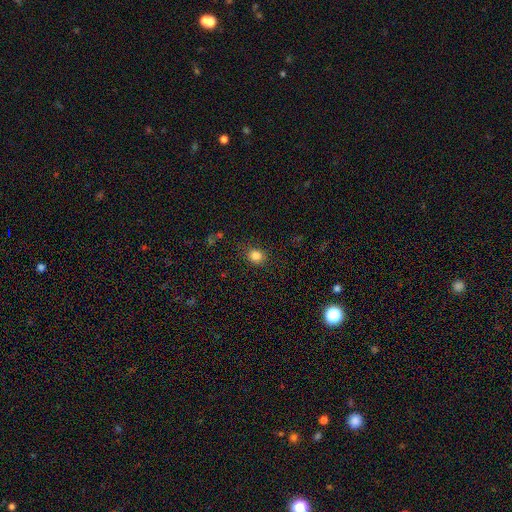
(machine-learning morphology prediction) This is clearly a smooth galaxy (83%). How rounded: likely round (72%). Merging: clearly none (84%).